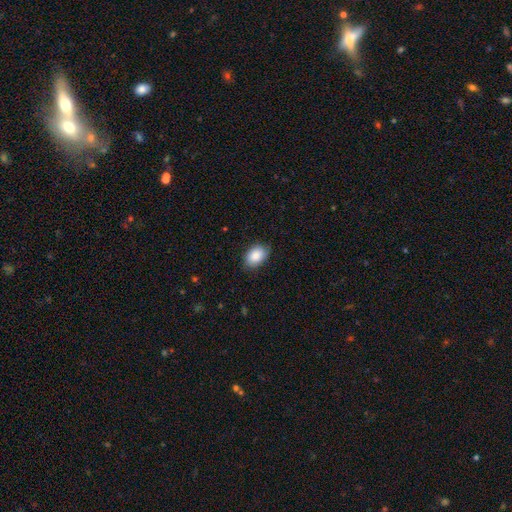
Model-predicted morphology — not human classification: A smooth galaxy with no disk features (87%) that is in between round and cigar-shaped (85%). Merging: none (82%).